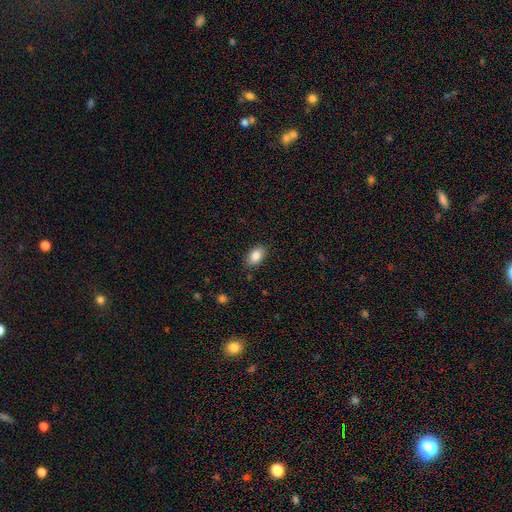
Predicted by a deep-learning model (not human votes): Smooth or featured? Predicted: smooth (p=0.87). How rounded? Predicted: in between (p=0.89). Merging? Predicted: none (p=0.85).